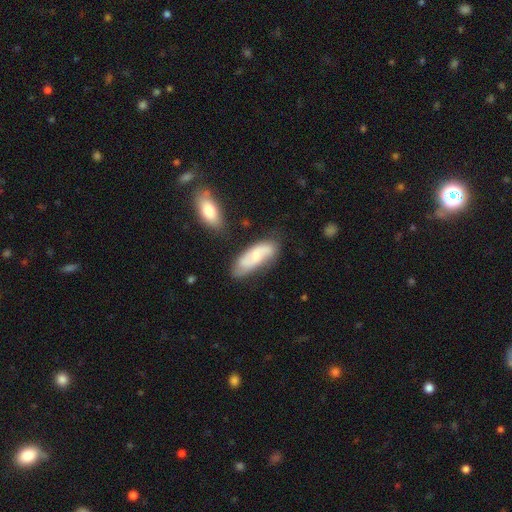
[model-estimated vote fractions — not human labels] smooth-or-featured: featured or disk: 50% | smooth: 44% | star or artifact: 6%
  merging: none: 64% | minor disturbance: 22% | merger: 7% | major disturbance: 6%